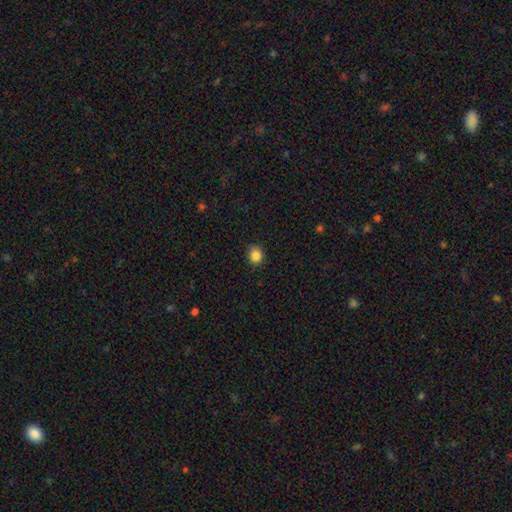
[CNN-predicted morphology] Smooth or featured? smooth (85%)
How rounded? round (68%)
Merging? none (82%)